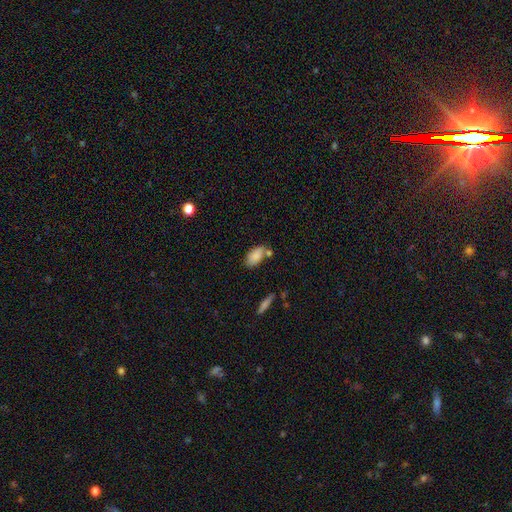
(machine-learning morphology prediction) A smooth galaxy with no disk features (85%) that is in between round and cigar-shaped (92%). Merging: none (58%).